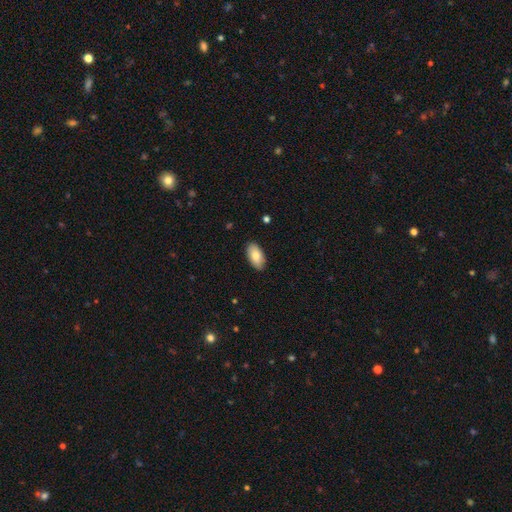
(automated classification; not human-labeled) Smooth or featured? Predicted: smooth (p=0.81). How rounded? Predicted: in between (p=0.94). Merging? Predicted: none (p=0.88).